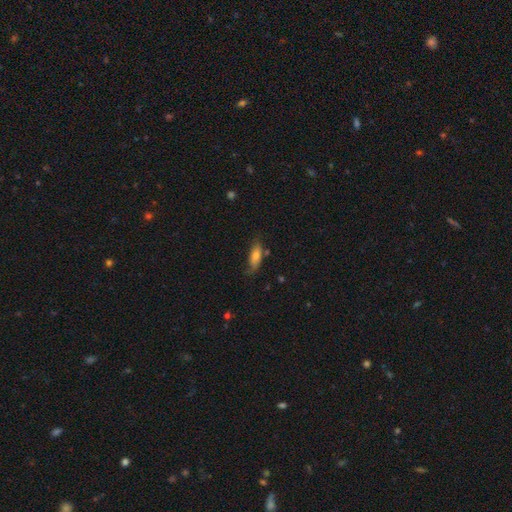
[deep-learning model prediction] Smooth or featured: smooth — 72% (featured or disk — 21%)
How rounded: in between — 66% (cigar-shaped — 31%)
Merging: none — 64% (minor disturbance — 26%)